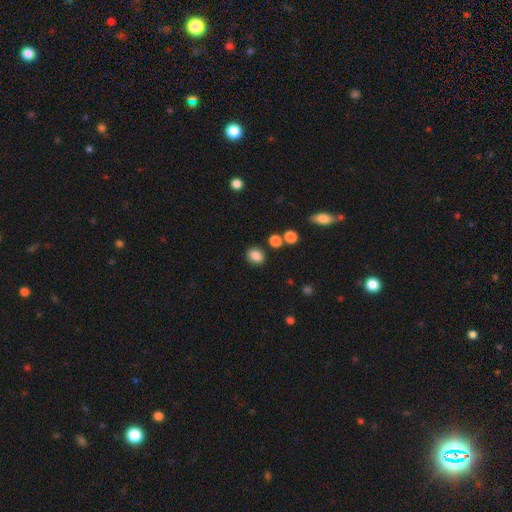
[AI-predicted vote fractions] This is clearly a smooth galaxy (85%). How rounded: possibly round (57%). Merging: clearly none (84%).